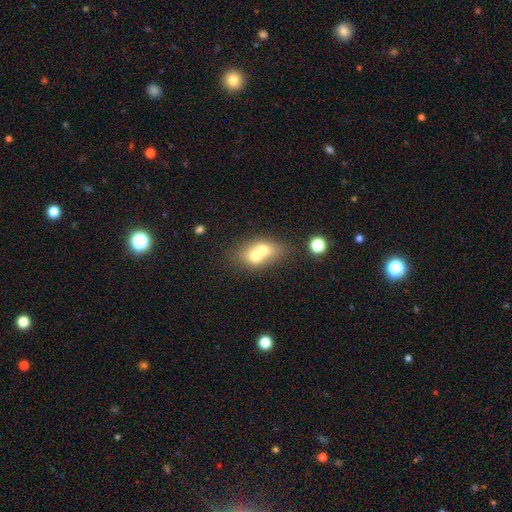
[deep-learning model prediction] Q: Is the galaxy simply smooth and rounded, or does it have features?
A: smooth — 62%.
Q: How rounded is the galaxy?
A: in between — 57%.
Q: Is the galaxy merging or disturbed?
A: merger — 68%.